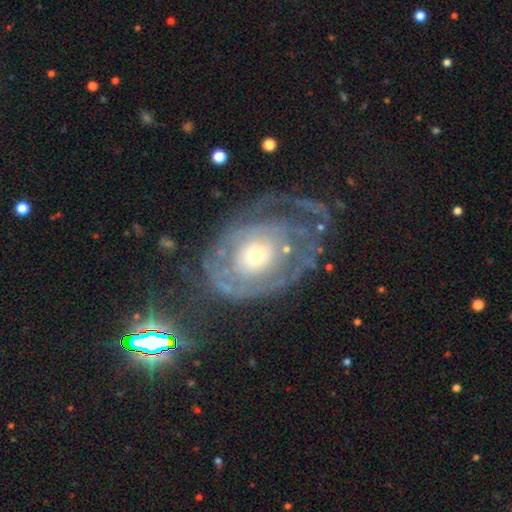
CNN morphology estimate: Smooth or featured? featured or disk (76%)
Edge-on disk? no (96%)
Bar? no (81%)
Spiral arms? yes (68%)
Bulge size? small (47%)
Merging? none (40%)